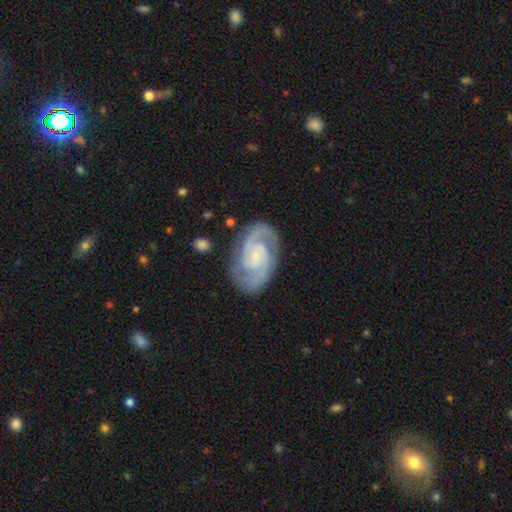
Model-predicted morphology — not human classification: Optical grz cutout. It shows a featured or disk galaxy (91%) with no bar (52%), 2 (91%) tight (51%) spiral arms (98%) and a small central bulge (62%). Merging: none (83%).